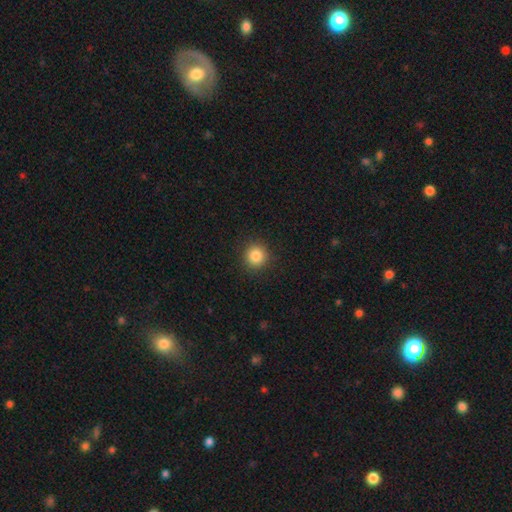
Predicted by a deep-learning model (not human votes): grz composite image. It shows a smooth galaxy with no disk features (85%) that is round (93%). Merging: none (91%).